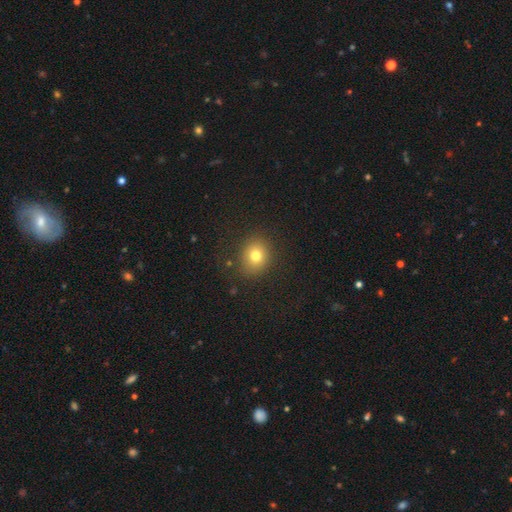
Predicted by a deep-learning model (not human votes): Q: Smooth or featured?
A: smooth (76%); runner-up: star or artifact (14%)
Q: How rounded?
A: round (73%); runner-up: in between (26%)
Q: Merging?
A: none (85%); runner-up: minor disturbance (10%)